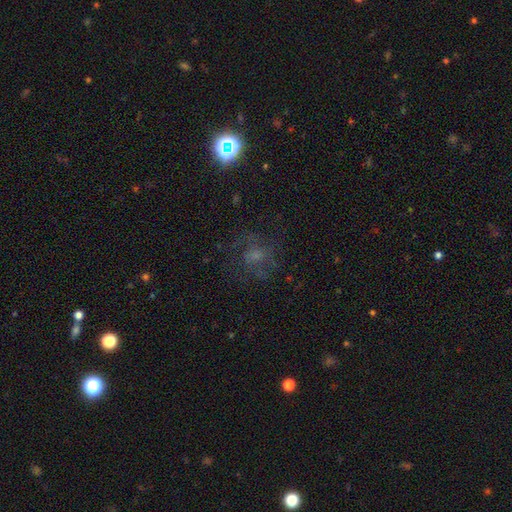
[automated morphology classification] smooth_or_featured: featured or disk (p=0.40) [alt: smooth p=0.32]
merging: none (p=0.64) [alt: major disturbance p=0.18]